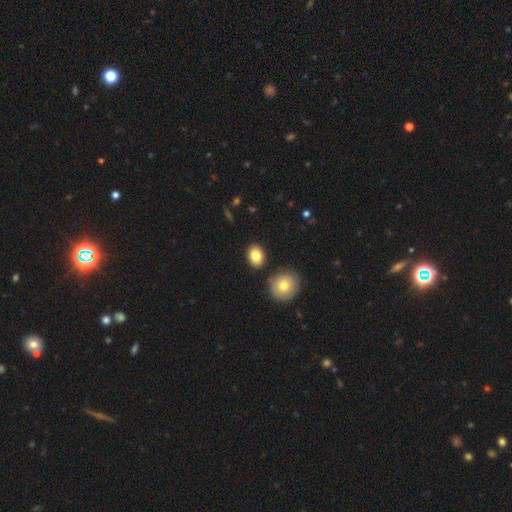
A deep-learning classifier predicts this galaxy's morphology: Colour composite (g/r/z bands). It shows a smooth galaxy with no disk features (83%) that is in between round and cigar-shaped (65%). Merging: none (85%).